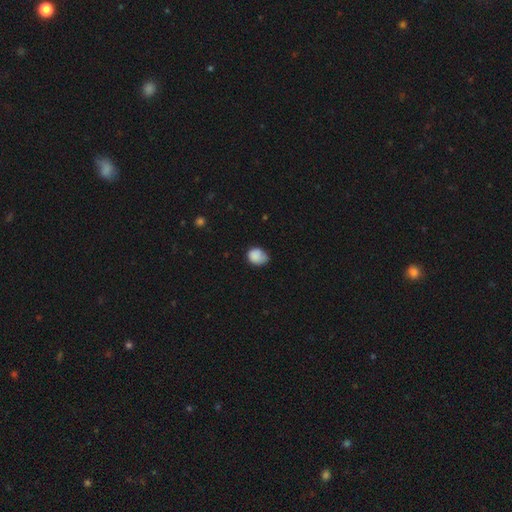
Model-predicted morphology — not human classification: smooth 86%, star or artifact 9%, featured or disk 6%. Down the decision tree: how rounded — round (54%); merging — none (53%).